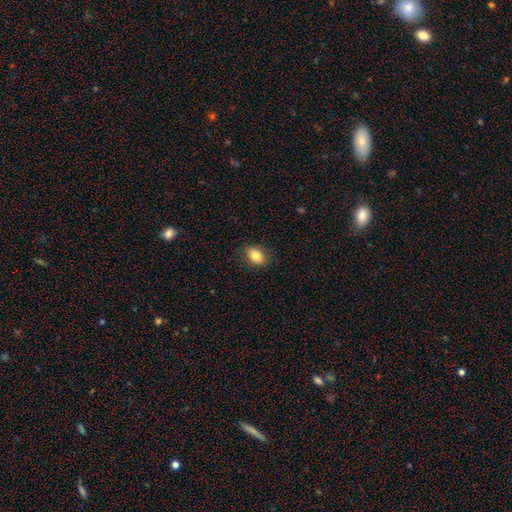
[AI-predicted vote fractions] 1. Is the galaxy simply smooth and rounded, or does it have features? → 84% smooth, 8% star or artifact, 8% featured or disk.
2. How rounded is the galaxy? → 81% in between, 17% round, 2% cigar-shaped.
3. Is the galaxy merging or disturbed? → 85% none, 12% minor disturbance, 3% major disturbance, 1% merger.